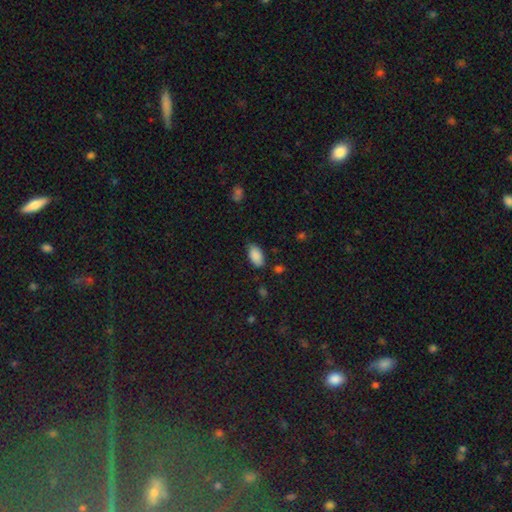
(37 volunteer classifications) Smooth or featured: smooth — 95% (featured or disk — 5%)
How rounded: in between — 94% (round — 3%)
Merging: none — 57% (minor disturbance — 32%)